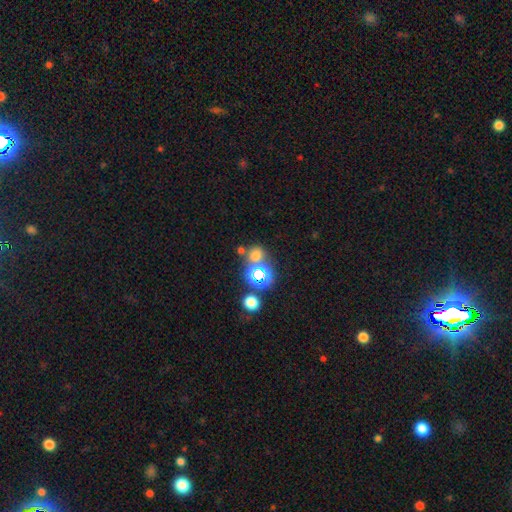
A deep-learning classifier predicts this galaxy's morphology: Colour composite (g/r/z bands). It shows a smooth galaxy with no disk features (57%) that is round (80%). Merging: none (66%).